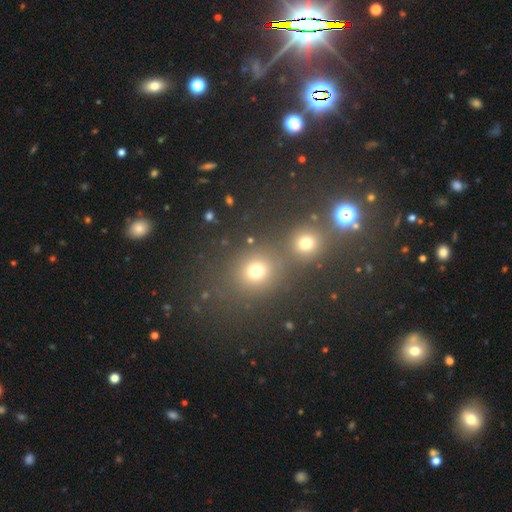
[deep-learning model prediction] Smooth or featured: star or artifact — 51% (smooth — 41%)